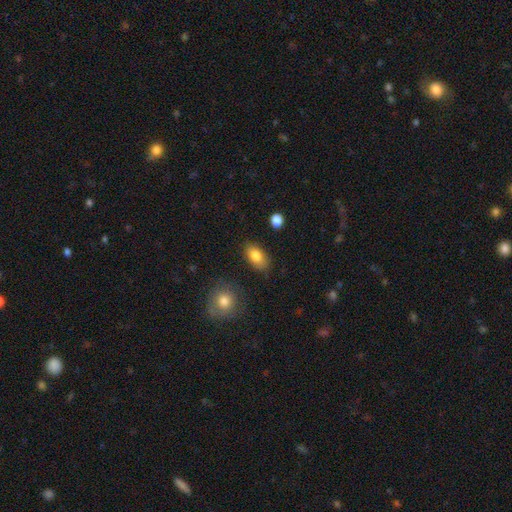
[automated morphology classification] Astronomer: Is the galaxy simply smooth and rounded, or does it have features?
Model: smooth — 82%.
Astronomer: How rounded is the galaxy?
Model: in between — 90%.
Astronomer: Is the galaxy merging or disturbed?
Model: none — 83%.